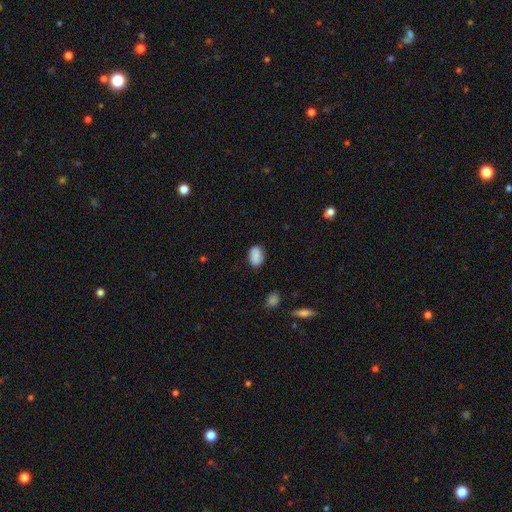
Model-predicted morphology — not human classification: This is clearly a smooth galaxy (84%). How rounded: clearly in between (82%). Merging: clearly none (81%).